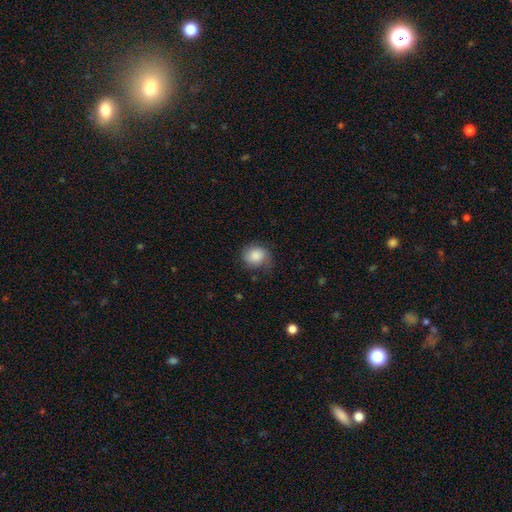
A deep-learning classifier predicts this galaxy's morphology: A smooth galaxy with no disk features (83%) that is round (77%).

Vote fractions:
- Smooth or featured? smooth: 83% / featured or disk: 10% / star or artifact: 7%
- How rounded? round: 77% / in between: 22% / cigar-shaped: 1%
- Merging? none: 63% / minor disturbance: 27% / major disturbance: 9% / merger: 1%